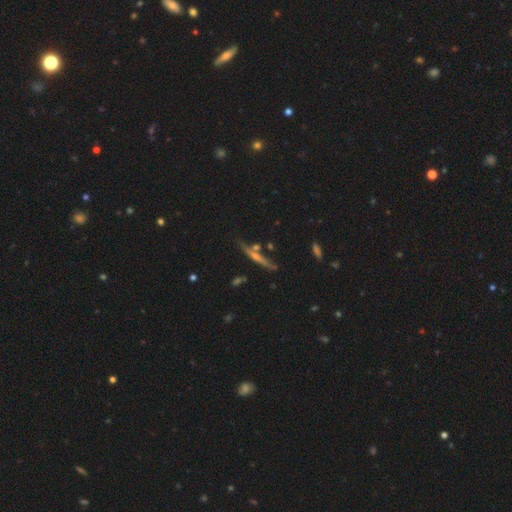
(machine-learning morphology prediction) featured or disk 59%, smooth 33%, star or artifact 8%. Down the decision tree: edge-on disk — yes (94%); edge-on bulge — rounded (50%); merging — none (71%).